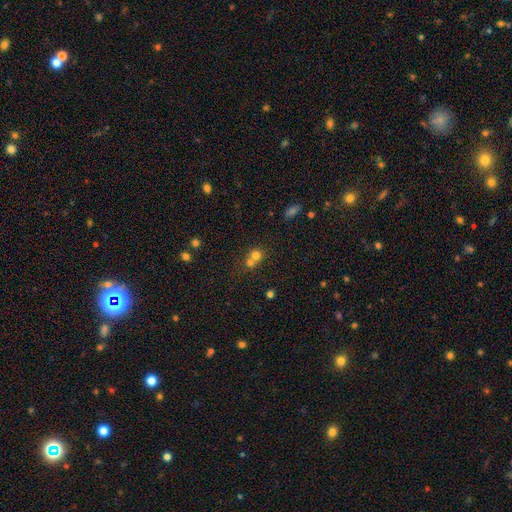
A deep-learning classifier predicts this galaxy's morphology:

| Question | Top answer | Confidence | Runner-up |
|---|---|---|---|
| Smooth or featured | smooth | 72% | star or artifact (15%) |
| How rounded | round | 82% | in between (17%) |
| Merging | merger | 57% | none (34%) |